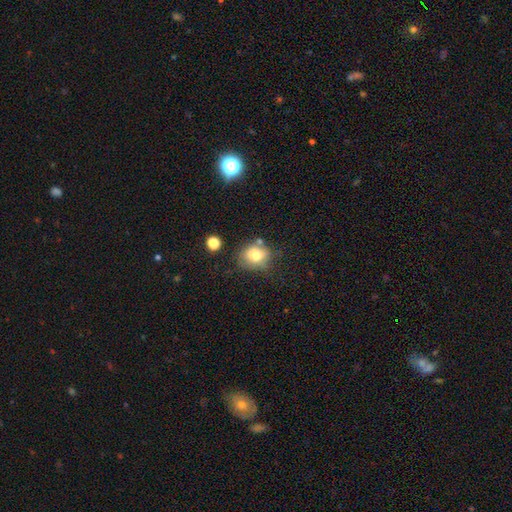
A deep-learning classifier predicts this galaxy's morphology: Smooth or featured?
  - smooth: 72% *
  - featured or disk: 15%
  - star or artifact: 12%
How rounded?
  - round: 71% *
  - in between: 28%
  - cigar-shaped: 1%
Merging?
  - none: 65% *
  - minor disturbance: 19%
  - merger: 10%
  - major disturbance: 6%